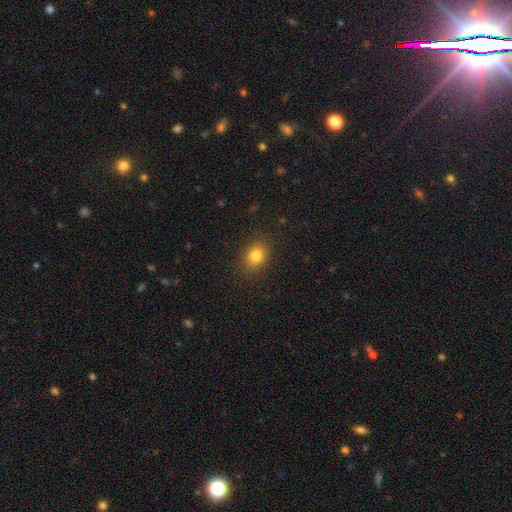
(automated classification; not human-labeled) A smooth galaxy with no disk features (82%) that is in between round and cigar-shaped (60%).

Vote fractions:
- Smooth or featured? smooth: 82% / star or artifact: 11% / featured or disk: 7%
- How rounded? in between: 60% / round: 39% / cigar-shaped: 1%
- Merging? none: 87% / minor disturbance: 9% / major disturbance: 3% / merger: 1%